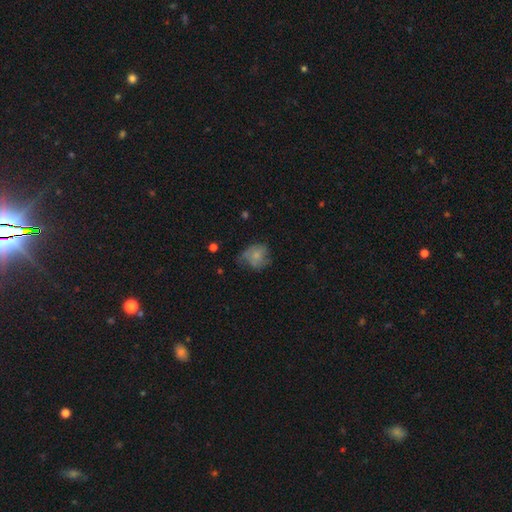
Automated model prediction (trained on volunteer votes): smooth-or-featured: smooth: 61% | featured or disk: 29% | star or artifact: 9%
  how-rounded: round: 65% | in between: 34% | cigar-shaped: 1%
  merging: none: 44% | minor disturbance: 34% | major disturbance: 20% | merger: 2%